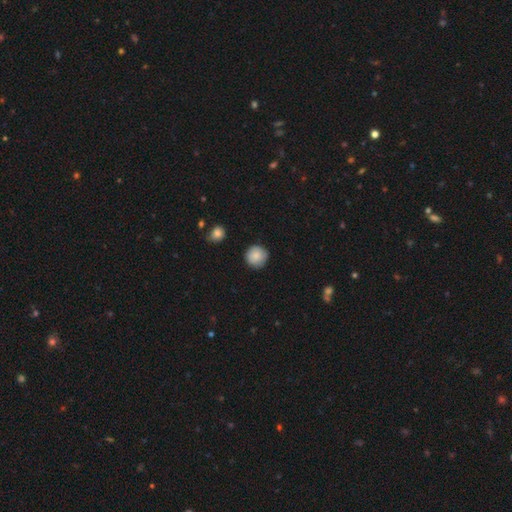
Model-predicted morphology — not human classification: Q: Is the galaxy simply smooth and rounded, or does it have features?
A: smooth — 86%.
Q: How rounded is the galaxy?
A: round — 95%.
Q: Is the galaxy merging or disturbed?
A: none — 89%.